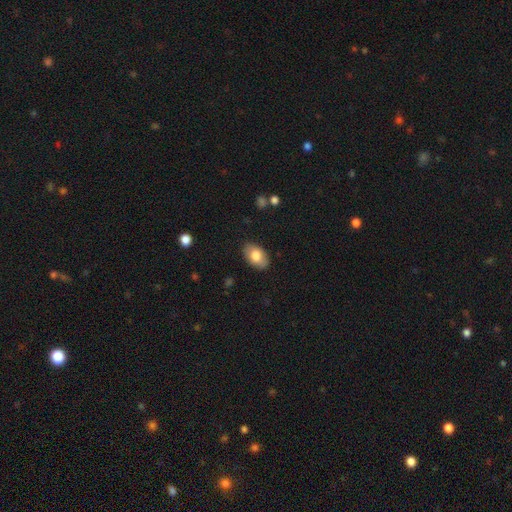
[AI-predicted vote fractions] A smooth galaxy with no disk features (77%) that is in between round and cigar-shaped (91%). Merging: none (86%).